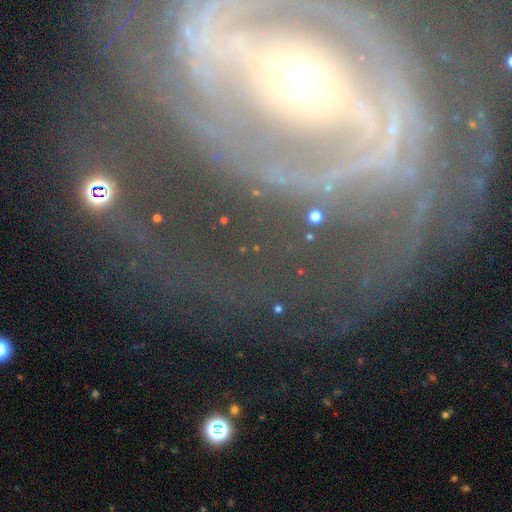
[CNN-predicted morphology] smooth-or-featured: featured or disk: 85% | star or artifact: 8% | smooth: 7%
  disk-edge-on: no: 95% | yes: 5%
    bar: strong: 44% | no: 30% | weak: 26%
    has-spiral-arms: yes: 89% | no: 11%
      spiral-winding: tight: 54% | medium: 32% | loose: 14%
      spiral-arm-count: 2: 36% | can't tell: 26% | 3: 13% | 4: 9% | more than 4: 8% | 1: 8%
    bulge-size: small: 65% | moderate: 28% | large: 4% | dominant: 2% | none: 2%
  merging: none: 61% | major disturbance: 20% | minor disturbance: 15% | merger: 4%